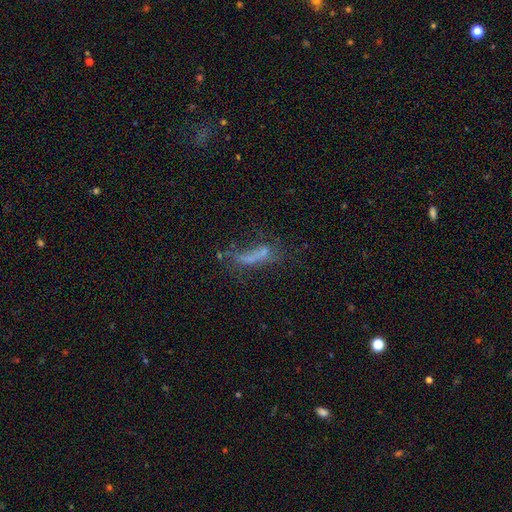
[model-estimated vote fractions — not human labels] Smooth or featured? smooth (45%)
Merging? none (34%, tied with major disturbance)